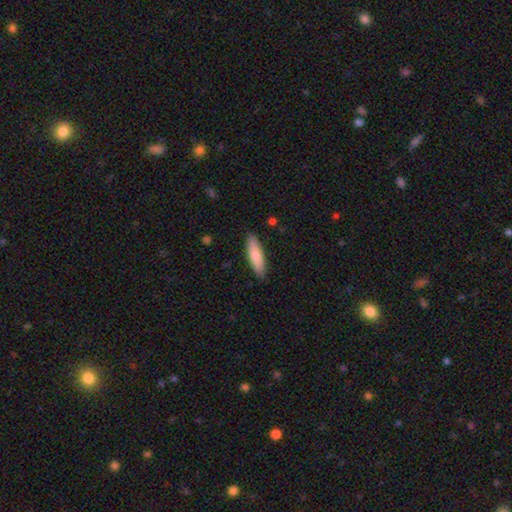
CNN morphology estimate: A smooth galaxy with no disk features (82%) that is cigar-shaped (60%). Merging: none (87%).